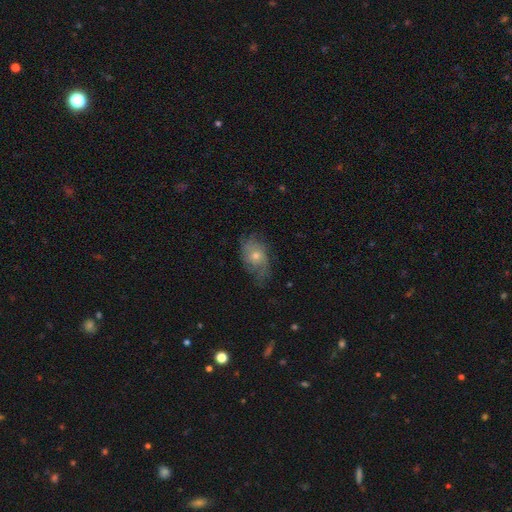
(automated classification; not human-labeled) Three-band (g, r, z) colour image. It shows a featured or disk galaxy (50%). Merging: none (57%).